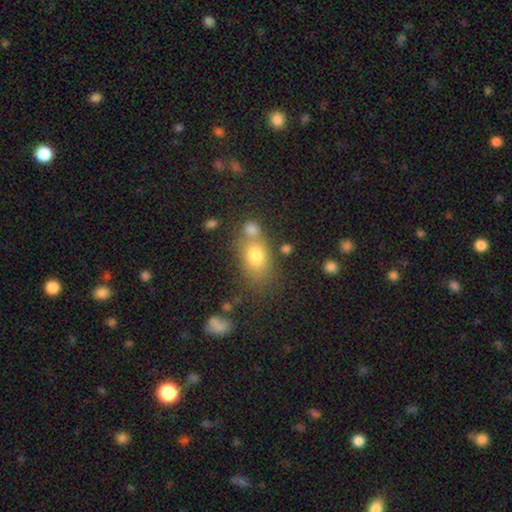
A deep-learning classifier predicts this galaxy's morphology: This is likely a smooth galaxy (75%). How rounded: likely in between (73%). Merging: possibly none (50%).